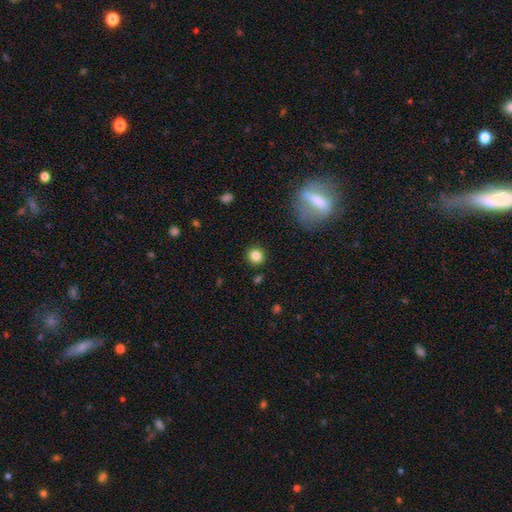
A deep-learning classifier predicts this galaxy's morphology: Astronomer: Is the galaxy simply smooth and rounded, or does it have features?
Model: smooth — 83%.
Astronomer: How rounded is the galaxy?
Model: round — 91%.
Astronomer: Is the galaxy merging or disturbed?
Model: none — 90%.